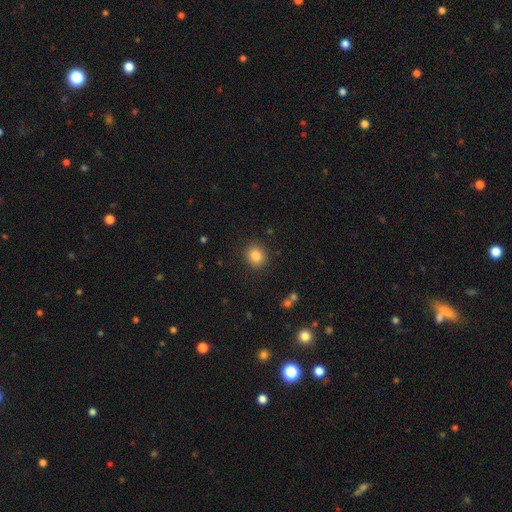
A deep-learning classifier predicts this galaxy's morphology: A smooth galaxy with no disk features (84%) that is round (78%).

Vote fractions:
- Smooth or featured? smooth: 84% / star or artifact: 10% / featured or disk: 5%
- How rounded? round: 78% / in between: 21% / cigar-shaped: 1%
- Merging? none: 89% / minor disturbance: 7% / major disturbance: 2% / merger: 1%